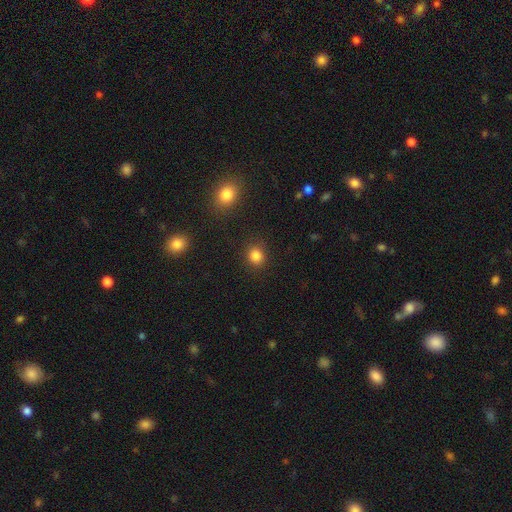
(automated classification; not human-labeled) smooth-or-featured: smooth: 84% | star or artifact: 12% | featured or disk: 4%
  how-rounded: round: 84% | in between: 15% | cigar-shaped: 1%
  merging: none: 88% | minor disturbance: 8% | major disturbance: 3% | merger: 2%